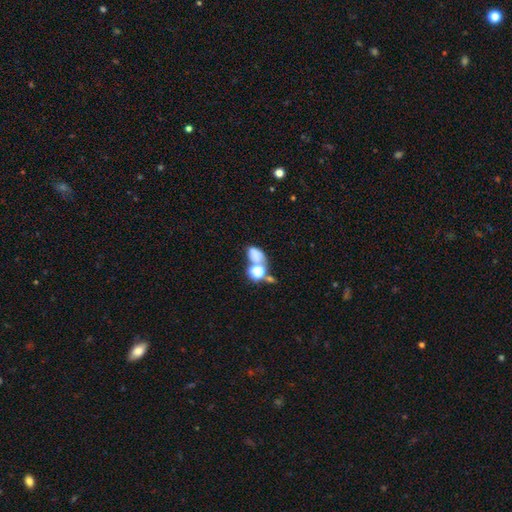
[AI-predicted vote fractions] smooth 67%, star or artifact 21%, featured or disk 12%. Down the decision tree: how rounded — in between (69%); merging — merger (42%).